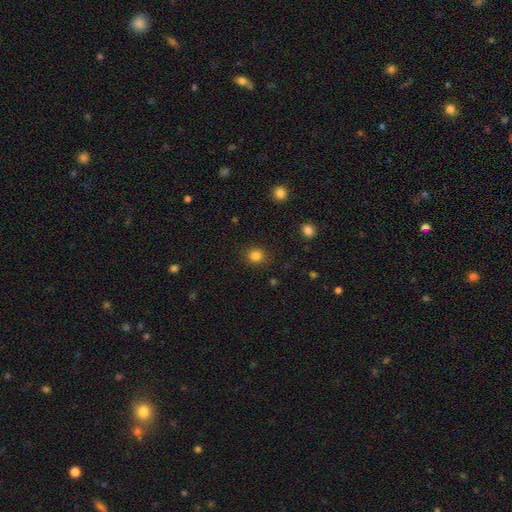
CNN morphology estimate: Smooth or featured? smooth (84%)
How rounded? round (83%)
Merging? none (88%)